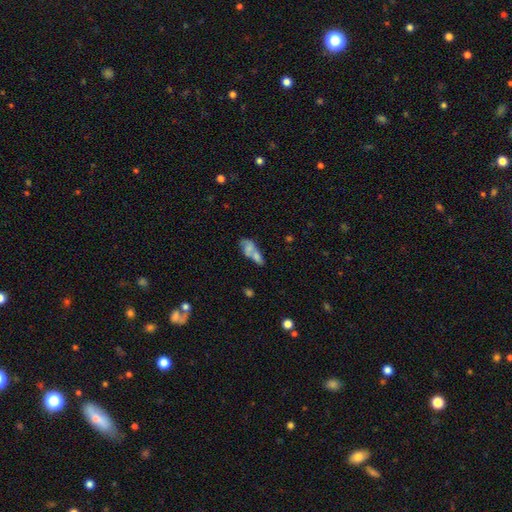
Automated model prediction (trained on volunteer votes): This appears to be a smooth galaxy with no disk features (63%) that is in between round and cigar-shaped (77%). Merging: merger (62%).